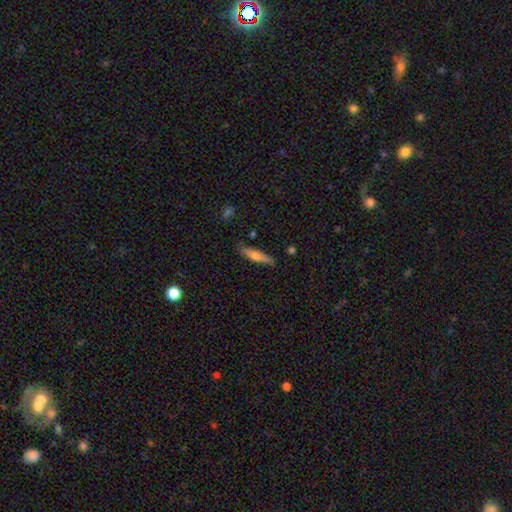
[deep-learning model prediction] Smooth or featured?
  - smooth: 61% *
  - featured or disk: 33%
  - star or artifact: 6%
How rounded?
  - cigar-shaped: 80% *
  - in between: 18%
  - round: 2%
Merging?
  - none: 85% *
  - minor disturbance: 11%
  - major disturbance: 2%
  - merger: 2%